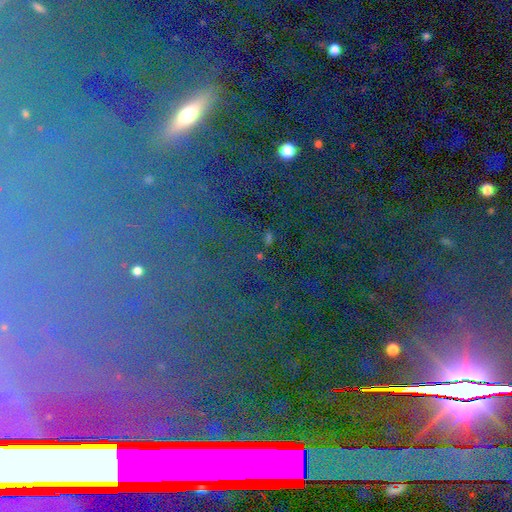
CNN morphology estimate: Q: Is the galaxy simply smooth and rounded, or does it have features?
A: star or artifact — 69%.